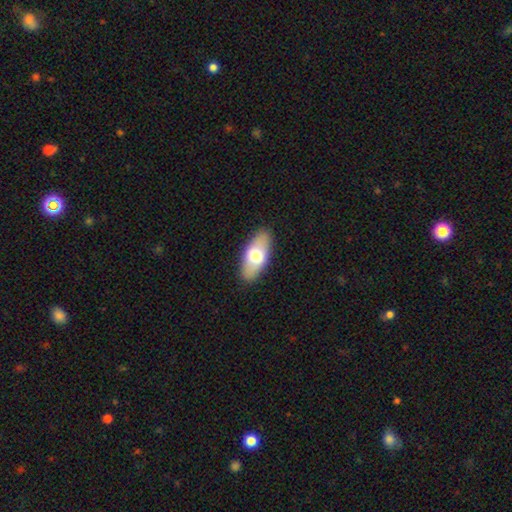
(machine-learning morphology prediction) Smooth or featured?
  - smooth: 65% *
  - featured or disk: 29%
  - star or artifact: 6%
How rounded?
  - in between: 87% *
  - cigar-shaped: 9%
  - round: 3%
Merging?
  - none: 88% *
  - minor disturbance: 9%
  - major disturbance: 2%
  - merger: 1%